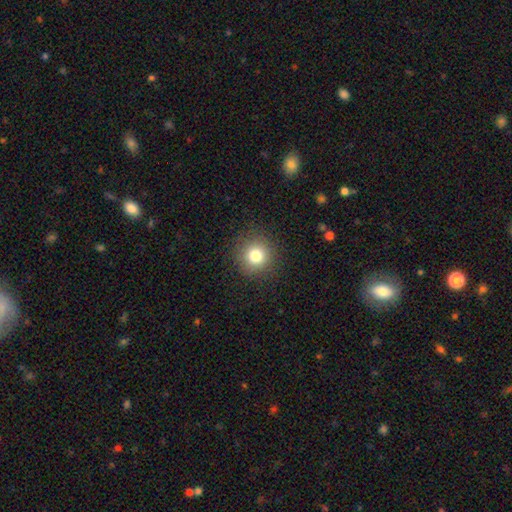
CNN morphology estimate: Smooth or featured? smooth (80%)
How rounded? round (94%)
Merging? none (90%)